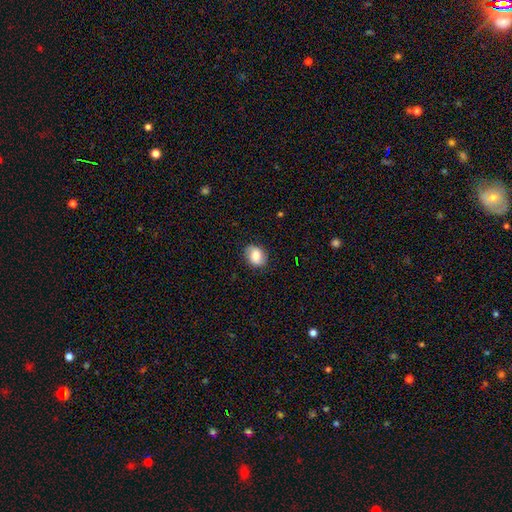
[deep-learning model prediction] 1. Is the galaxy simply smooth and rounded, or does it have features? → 68% smooth, 24% featured or disk, 8% star or artifact.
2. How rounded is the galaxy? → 56% in between, 43% round, 1% cigar-shaped.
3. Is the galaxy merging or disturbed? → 85% none, 11% minor disturbance, 3% major disturbance, 1% merger.